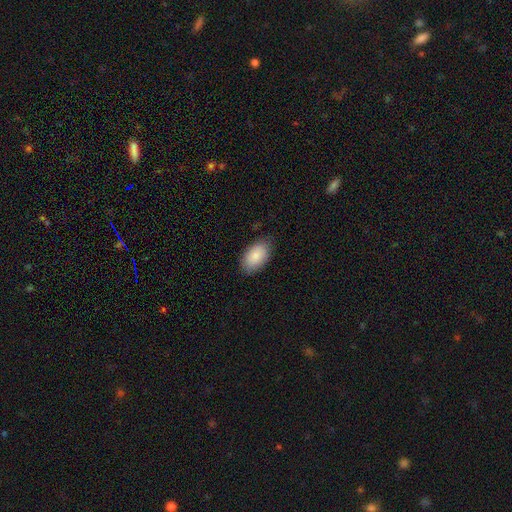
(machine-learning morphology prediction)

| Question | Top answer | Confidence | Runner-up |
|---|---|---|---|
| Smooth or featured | smooth | 87% | featured or disk (7%) |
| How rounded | in between | 94% | round (5%) |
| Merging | none | 83% | minor disturbance (14%) |